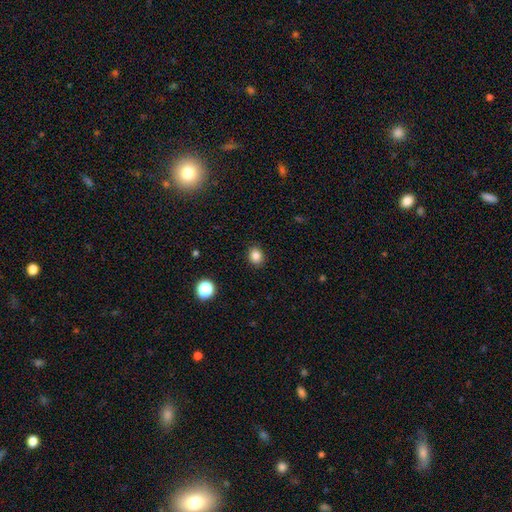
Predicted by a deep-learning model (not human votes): A smooth galaxy with no disk features (84%) that is round (58%).

Vote fractions:
- Smooth or featured? smooth: 84% / star or artifact: 11% / featured or disk: 5%
- How rounded? round: 58% / in between: 41% / cigar-shaped: 1%
- Merging? none: 89% / minor disturbance: 8% / major disturbance: 2% / merger: 1%